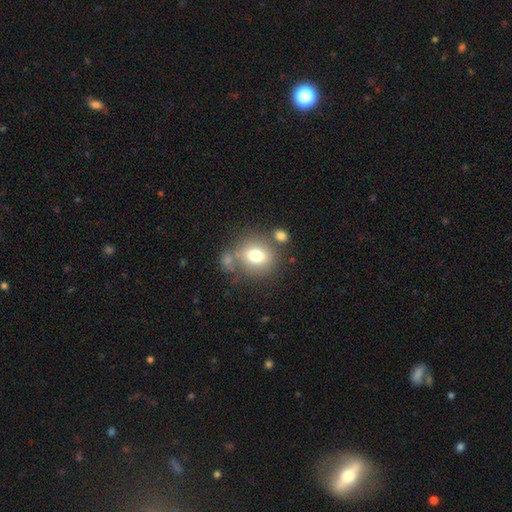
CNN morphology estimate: This appears to be a smooth galaxy with no disk features (74%) that is round (70%). Merging: none (64%).